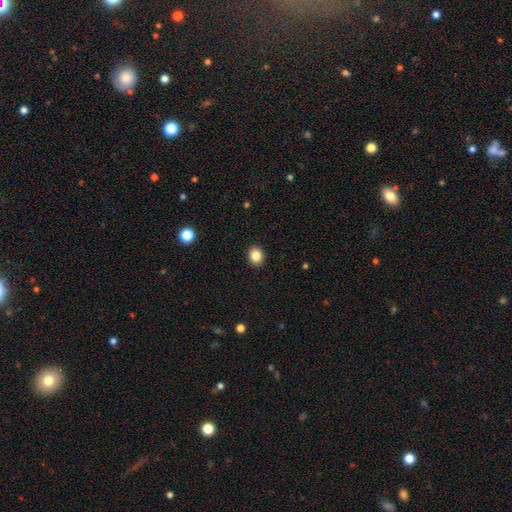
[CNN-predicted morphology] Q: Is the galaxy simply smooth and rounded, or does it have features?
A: smooth — 85%.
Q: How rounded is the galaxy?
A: round — 64%.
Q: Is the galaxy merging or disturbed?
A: none — 92%.